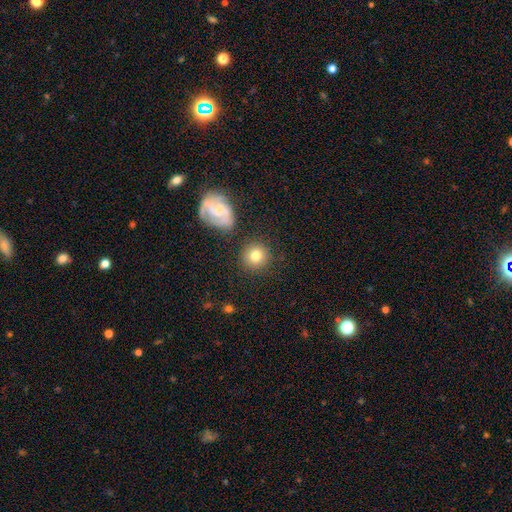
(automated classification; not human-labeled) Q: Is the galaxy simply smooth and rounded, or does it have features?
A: smooth — 78%.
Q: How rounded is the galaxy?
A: round — 92%.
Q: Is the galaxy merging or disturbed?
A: none — 85%.